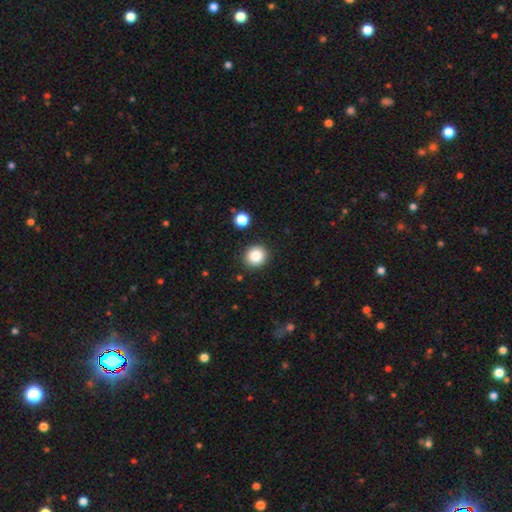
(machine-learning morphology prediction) This appears to be a smooth galaxy with no disk features (85%) that is round (90%). Merging: none (90%).